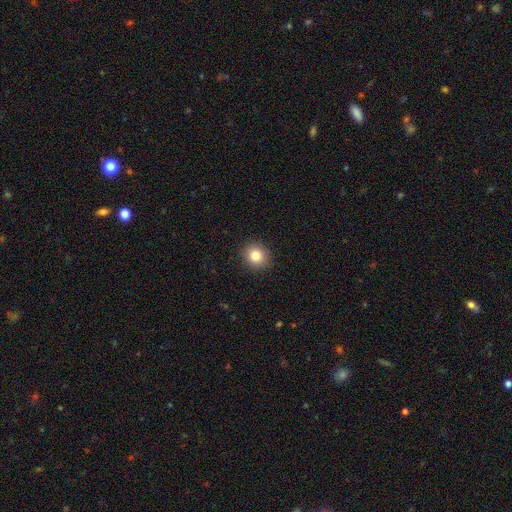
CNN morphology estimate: Smooth or featured: smooth — 82% (star or artifact — 11%)
How rounded: round — 82% (in between — 17%)
Merging: none — 91% (minor disturbance — 6%)